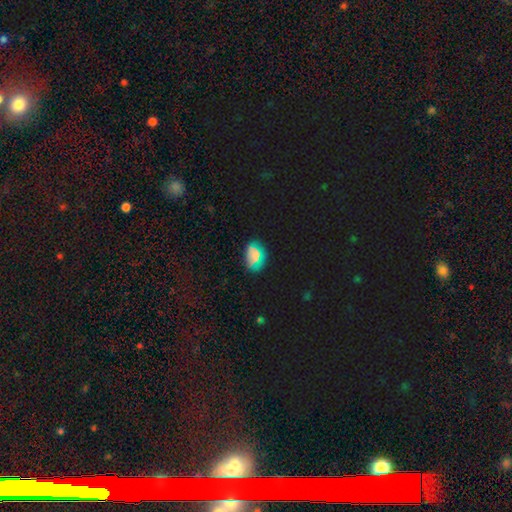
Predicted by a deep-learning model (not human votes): smooth 51%, star or artifact 35%, featured or disk 15%. Down the decision tree: how rounded — in between (67%); merging — none (74%).